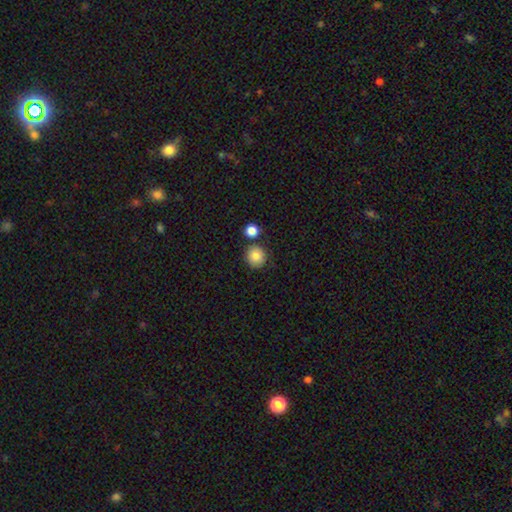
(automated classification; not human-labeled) The model was most divided on "merging": none: 79%, merger: 9%, minor disturbance: 9%, major disturbance: 2%. More confident: how rounded — round (91%); smooth or featured — smooth (84%).